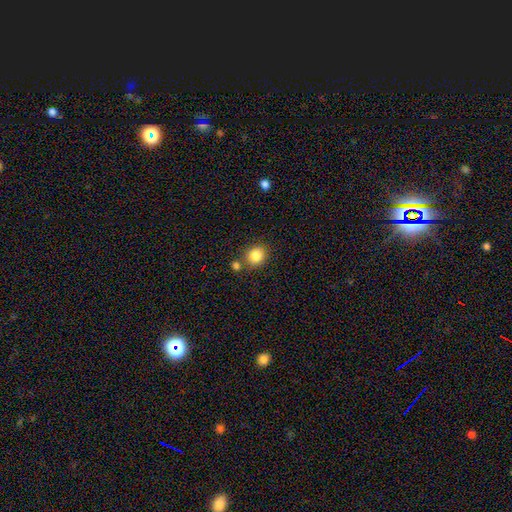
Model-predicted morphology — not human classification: type=smooth (84%); roundness=round (82%); merging=none (75%).